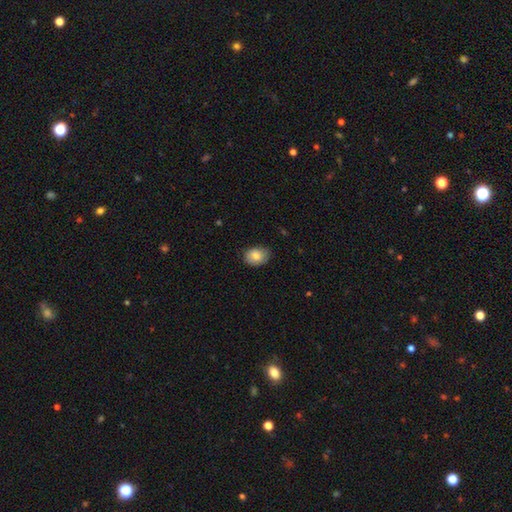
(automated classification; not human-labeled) Smooth or featured: smooth — 82% (featured or disk — 10%)
How rounded: in between — 63% (round — 36%)
Merging: none — 75% (minor disturbance — 21%)